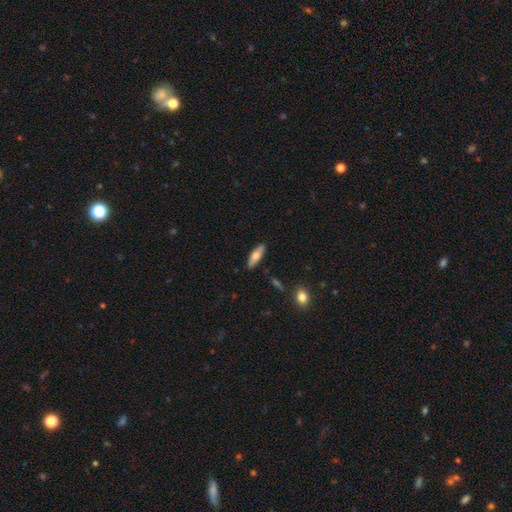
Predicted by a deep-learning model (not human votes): A smooth galaxy with no disk features (63%) that is in between round and cigar-shaped (51%).

Vote fractions:
- Smooth or featured? smooth: 63% / featured or disk: 30% / star or artifact: 6%
- How rounded? in between: 51% / cigar-shaped: 47% / round: 2%
- Merging? none: 88% / minor disturbance: 9% / major disturbance: 2% / merger: 2%